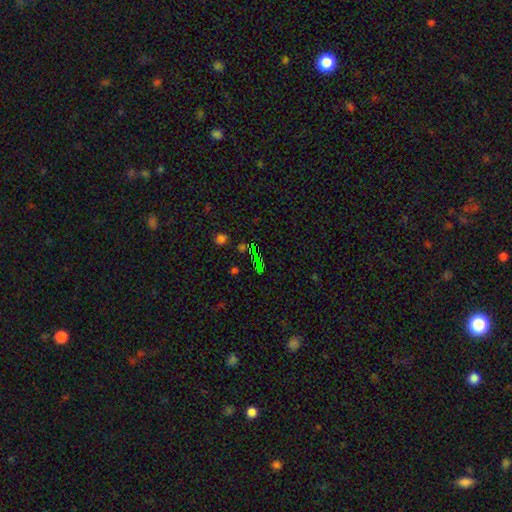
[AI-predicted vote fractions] This is likely a star or artifact rather than a galaxy (67%).